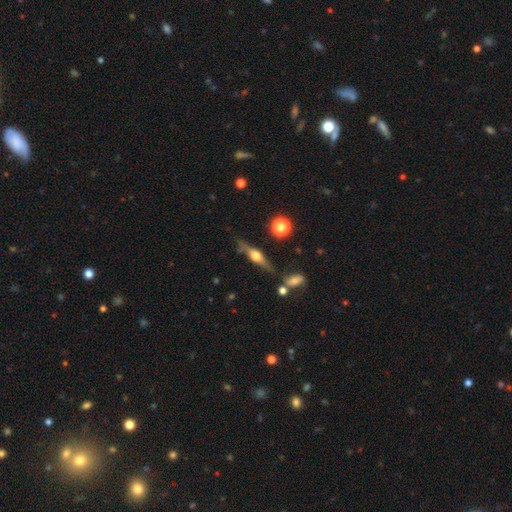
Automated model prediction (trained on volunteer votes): A featured or disk galaxy (65%) viewed edge-on (94%) with a rounded central bulge (91%). Merging: none (74%).